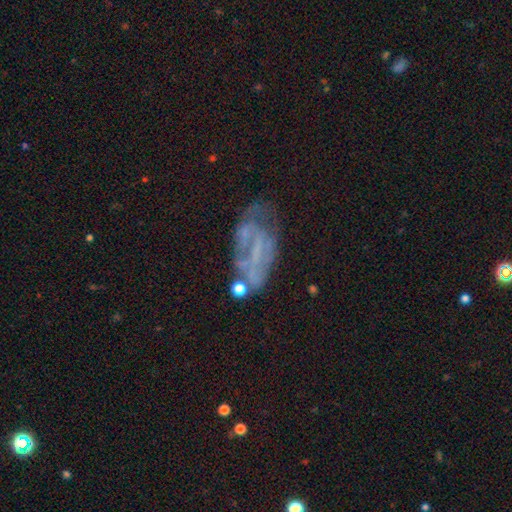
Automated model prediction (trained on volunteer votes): A featured or disk galaxy (60%) with no bar (58%), no spiral arms (51%) and no central bulge (65%).

Vote fractions:
- Smooth or featured? featured or disk: 60% / smooth: 21% / star or artifact: 19%
- Edge-on disk? no: 93% / yes: 7%
- Bar? no: 58% / weak: 27% / strong: 16%
- Spiral arms? no: 51% / yes: 49%
- Bulge size? none: 65% / small: 25% / moderate: 8% / large: 2% / dominant: 1%
- Merging? none: 47% / minor disturbance: 24% / major disturbance: 22% / merger: 7%